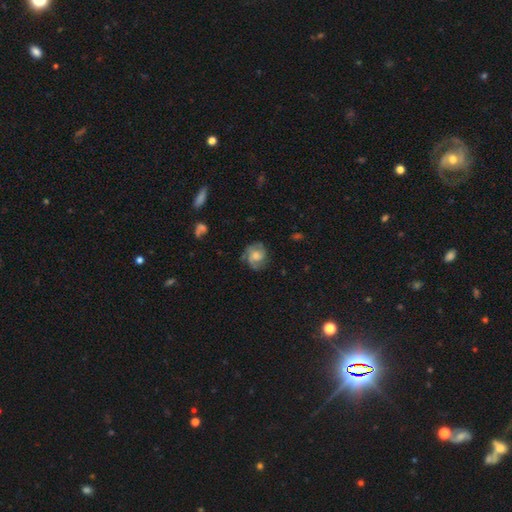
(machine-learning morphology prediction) The model was most divided on "smooth or featured": featured or disk: 58%, smooth: 34%, star or artifact: 8%. Remaining: edge-on disk — no (97%); spiral arms — yes (87%); bar — no (70%); merging — none (70%); bulge size — moderate (49%).